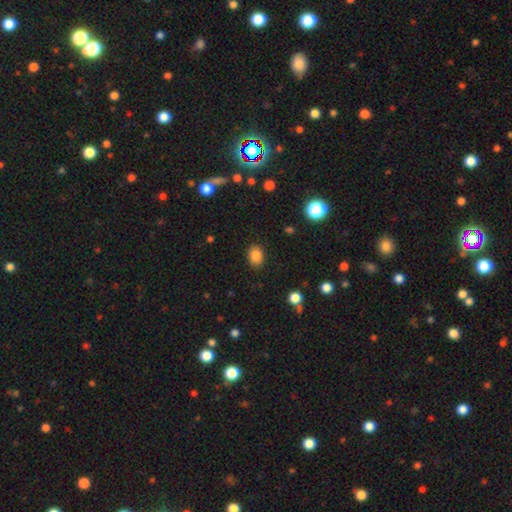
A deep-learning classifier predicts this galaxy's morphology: Overall: smooth (85%). How rounded: in between (65%; round 34%). Merging: none (88%).